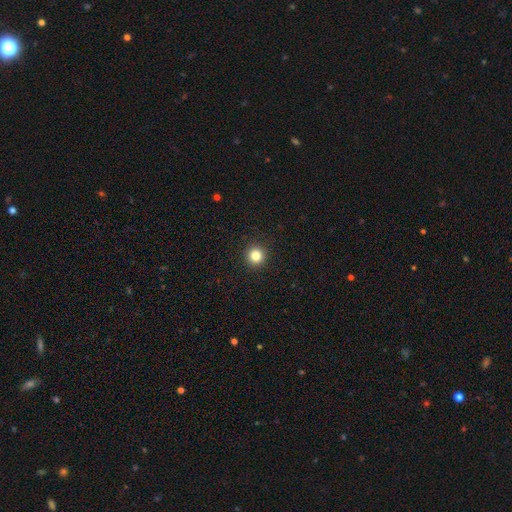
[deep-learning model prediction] A smooth galaxy with no disk features (83%) that is round (95%). Merging: none (93%).